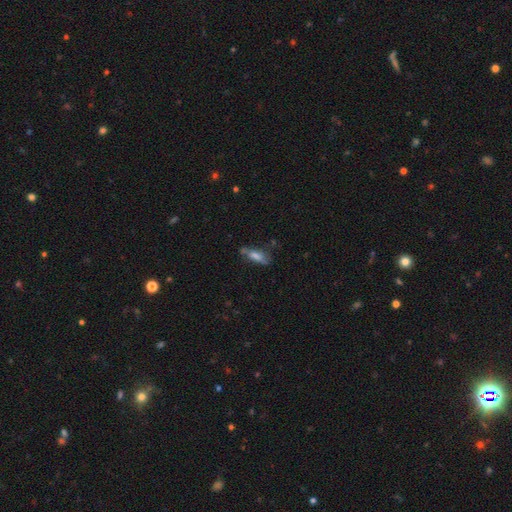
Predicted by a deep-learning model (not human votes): Q: Smooth or featured?
A: smooth (61%); runner-up: featured or disk (30%)
Q: How rounded?
A: in between (52%); runner-up: cigar-shaped (46%)
Q: Merging?
A: none (53%); runner-up: minor disturbance (27%)